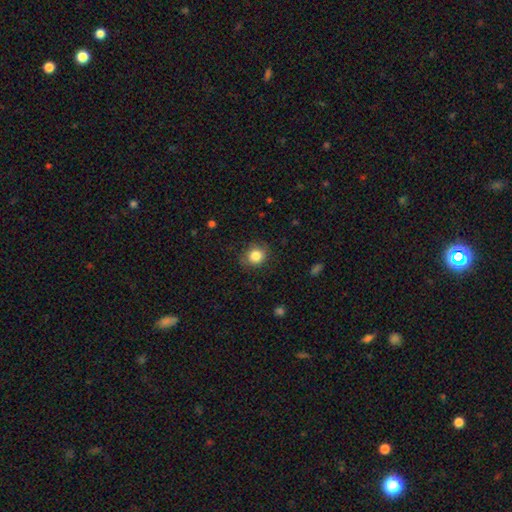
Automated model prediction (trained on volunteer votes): Smooth or featured: smooth — 84% (star or artifact — 10%)
How rounded: round — 77% (in between — 23%)
Merging: none — 82% (minor disturbance — 13%)